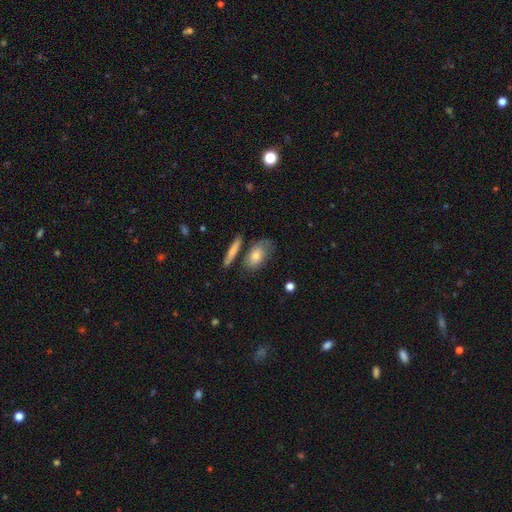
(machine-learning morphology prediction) The model was most divided on "merging": none: 57%, minor disturbance: 21%, merger: 13%, major disturbance: 9%. More confident: how rounded — in between (77%); smooth or featured — smooth (67%).